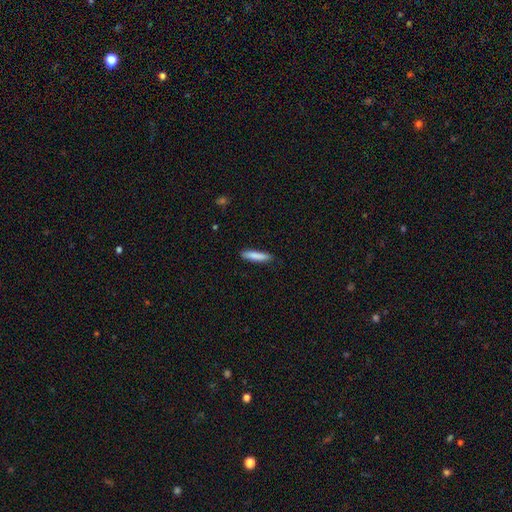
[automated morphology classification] smooth 85%, featured or disk 9%, star or artifact 6%. Down the decision tree: how rounded — cigar-shaped (85%); merging — none (86%).